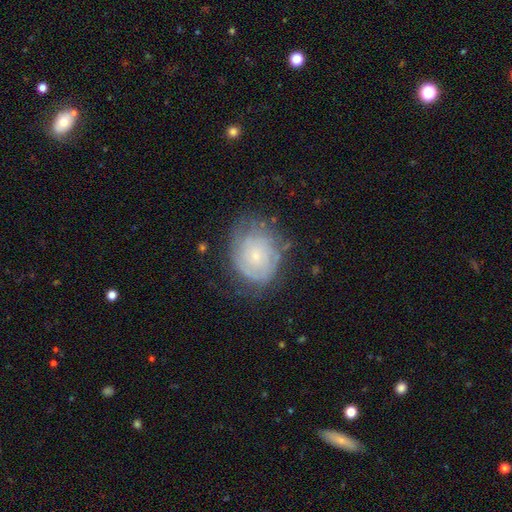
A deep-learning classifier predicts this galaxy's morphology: Smooth or featured: featured or disk — 60% (smooth — 31%)
Edge-on disk: no — 97% (yes — 3%)
Bar: no — 84% (weak — 14%)
Spiral arms: yes — 79% (no — 21%)
Bulge size: small — 77% (moderate — 17%)
Merging: none — 65% (minor disturbance — 23%)